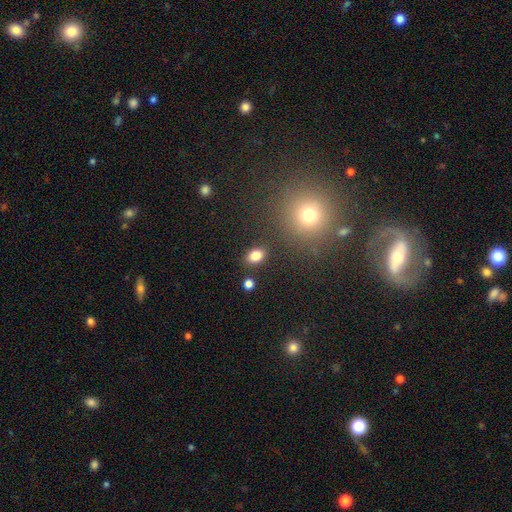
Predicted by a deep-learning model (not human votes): Morphology: type=smooth (82%); roundness=in between (75%); merging=none (83%).